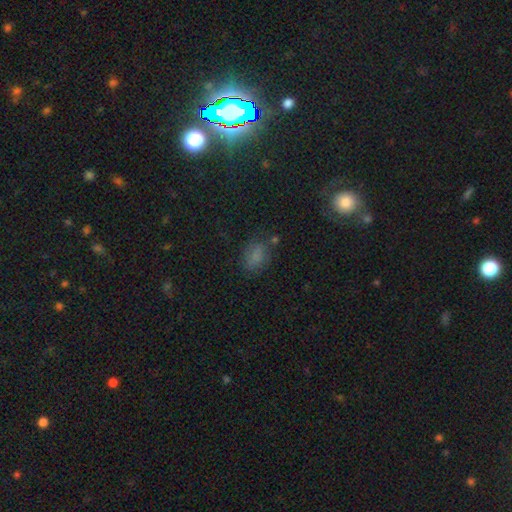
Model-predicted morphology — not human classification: Smooth or featured? smooth (70%)
How rounded? in between (77%)
Merging? none (67%)